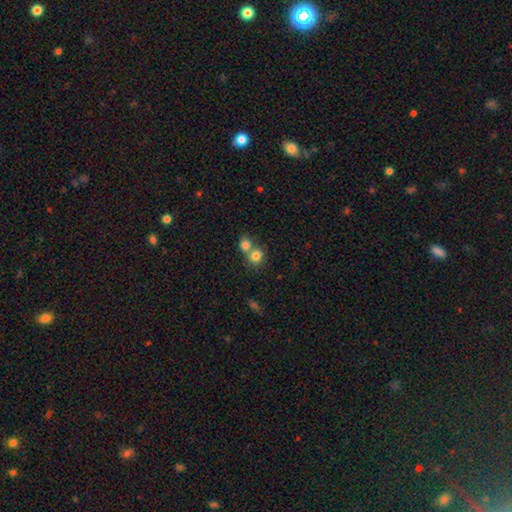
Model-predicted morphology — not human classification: A smooth galaxy with no disk features (80%) that is round (79%).

Vote fractions:
- Smooth or featured? smooth: 80% / star or artifact: 11% / featured or disk: 10%
- How rounded? round: 79% / in between: 20% / cigar-shaped: 1%
- Merging? merger: 55% / none: 37% / minor disturbance: 6% / major disturbance: 2%